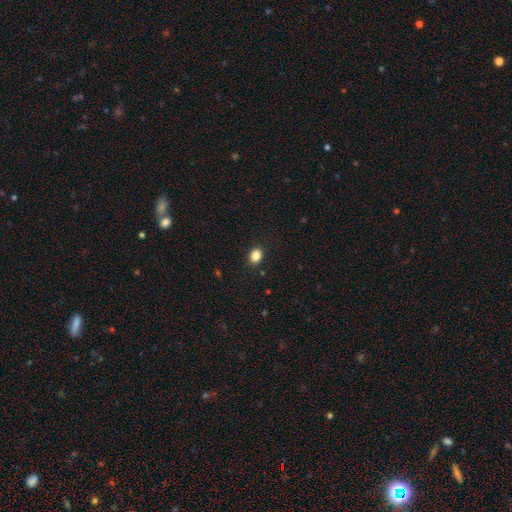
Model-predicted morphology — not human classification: smooth-or-featured: smooth: 85% | star or artifact: 10% | featured or disk: 4%
  how-rounded: in between: 59% | round: 40% | cigar-shaped: 1%
  merging: none: 89% | minor disturbance: 8% | major disturbance: 2% | merger: 1%